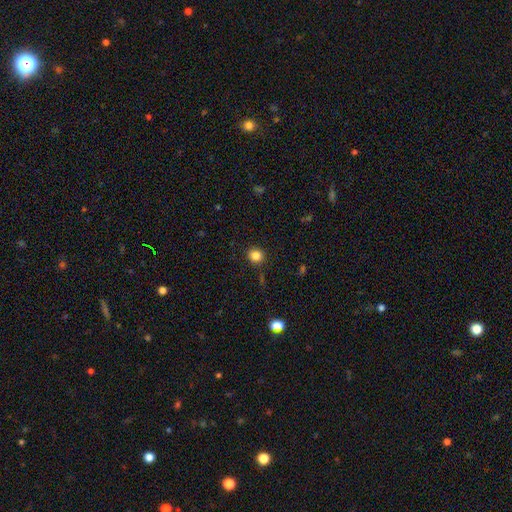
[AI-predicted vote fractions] This is clearly a smooth galaxy (83%). How rounded: clearly round (88%). Merging: clearly none (89%).